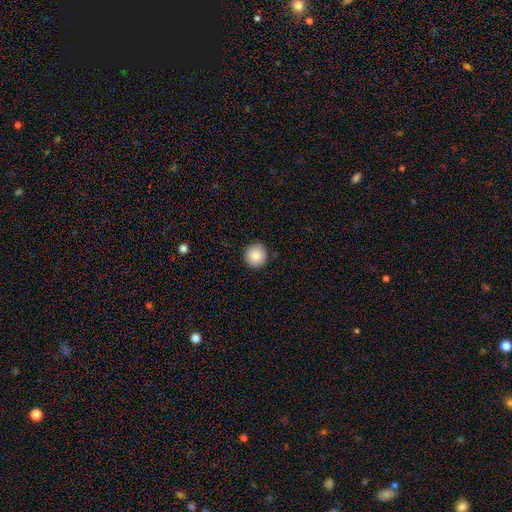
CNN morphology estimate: smooth 87%, star or artifact 8%, featured or disk 5%. Down the decision tree: how rounded — round (95%); merging — none (91%).